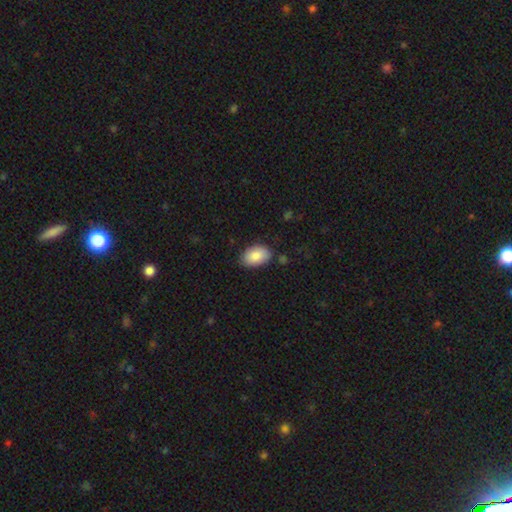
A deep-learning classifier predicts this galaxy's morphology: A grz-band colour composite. It shows a smooth galaxy with no disk features (86%) that is in between round and cigar-shaped (91%). Merging: none (82%).